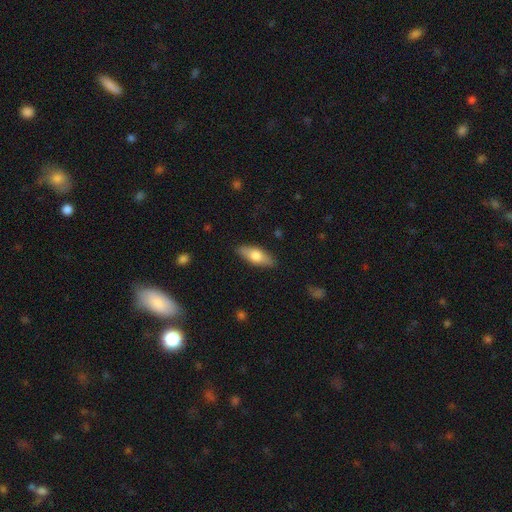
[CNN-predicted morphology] A smooth galaxy with no disk features (64%) that is in between round and cigar-shaped (71%).

Vote fractions:
- Smooth or featured? smooth: 64% / featured or disk: 30% / star or artifact: 6%
- How rounded? in between: 71% / cigar-shaped: 27% / round: 3%
- Merging? none: 87% / minor disturbance: 10% / major disturbance: 2% / merger: 1%